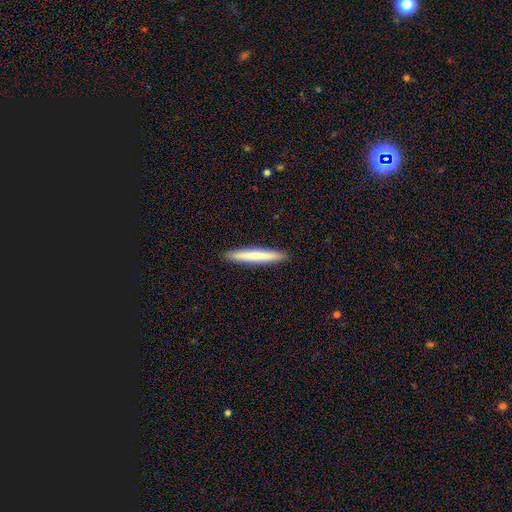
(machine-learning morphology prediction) This appears to be a smooth galaxy with no disk features (70%) that is cigar-shaped (96%). Merging: none (92%).